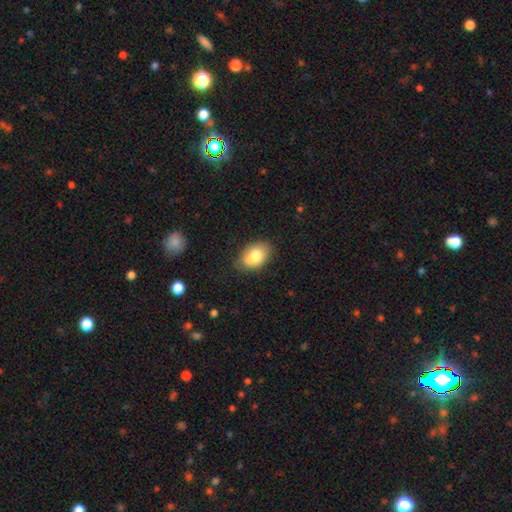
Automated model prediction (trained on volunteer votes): Morphology: type=smooth (79%); roundness=in between (87%); merging=none (72%).